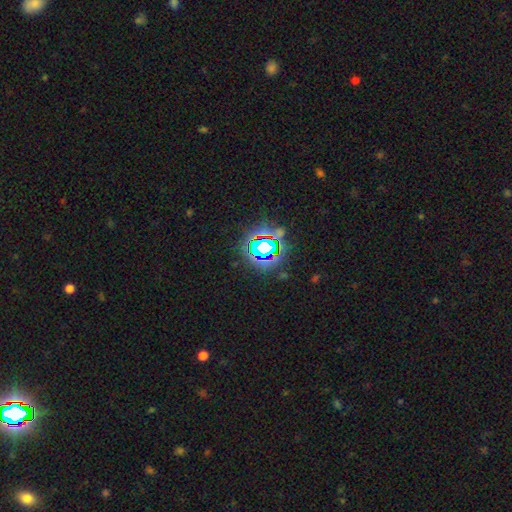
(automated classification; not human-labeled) The model was most divided on "smooth or featured": star or artifact: 71%, smooth: 17%, featured or disk: 12%.